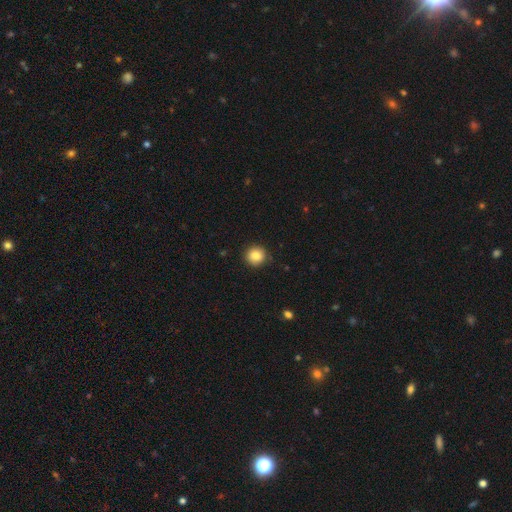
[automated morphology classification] A smooth galaxy with no disk features (86%) that is round (91%).

Vote fractions:
- Smooth or featured? smooth: 86% / star or artifact: 9% / featured or disk: 4%
- How rounded? round: 91% / in between: 8% / cigar-shaped: 1%
- Merging? none: 89% / minor disturbance: 8% / major disturbance: 2% / merger: 1%